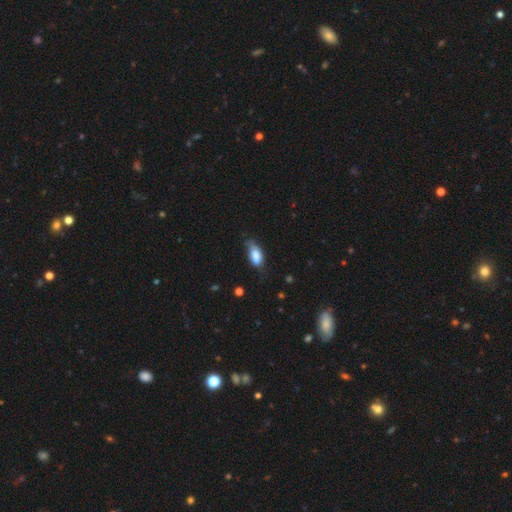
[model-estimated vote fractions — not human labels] A smooth galaxy with no disk features (79%) that is in between round and cigar-shaped (86%).

Vote fractions:
- Smooth or featured? smooth: 79% / featured or disk: 14% / star or artifact: 7%
- How rounded? in between: 86% / cigar-shaped: 11% / round: 3%
- Merging? none: 48% / minor disturbance: 38% / major disturbance: 11% / merger: 2%